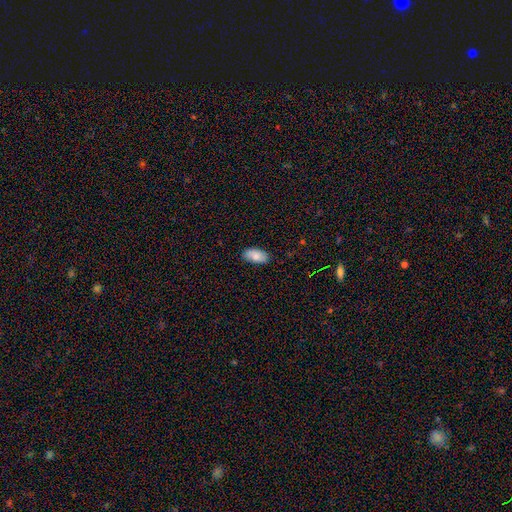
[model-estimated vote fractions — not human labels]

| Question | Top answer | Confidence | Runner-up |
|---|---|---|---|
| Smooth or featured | smooth | 84% | featured or disk (9%) |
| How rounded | in between | 94% | cigar-shaped (4%) |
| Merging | none | 85% | minor disturbance (12%) |